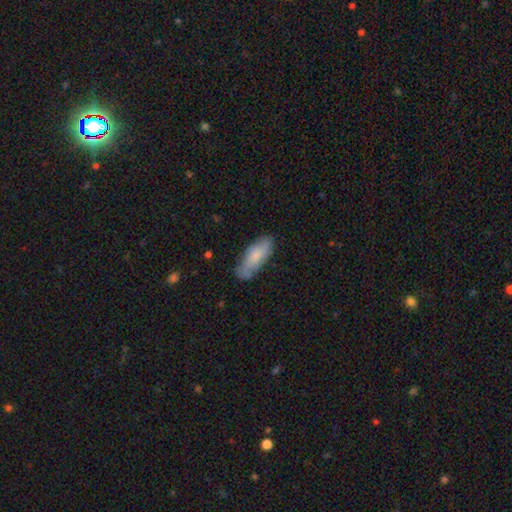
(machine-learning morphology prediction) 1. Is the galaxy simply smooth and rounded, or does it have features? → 67% smooth, 26% featured or disk, 6% star or artifact.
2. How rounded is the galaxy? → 70% in between, 28% cigar-shaped, 2% round.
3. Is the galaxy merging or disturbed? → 73% none, 21% minor disturbance, 4% major disturbance, 2% merger.